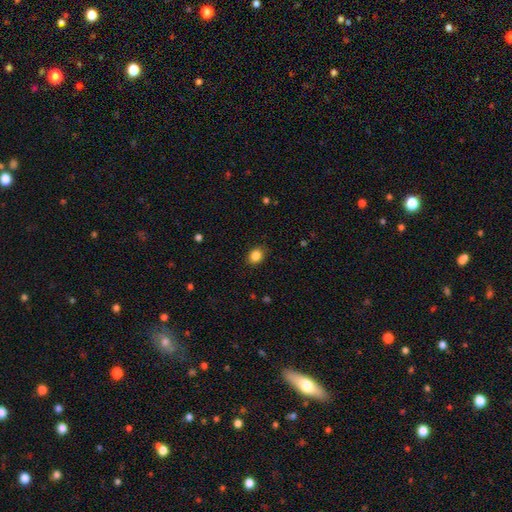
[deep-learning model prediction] smooth 85%, star or artifact 10%, featured or disk 4%. Down the decision tree: how rounded — round (57%); merging — none (86%).